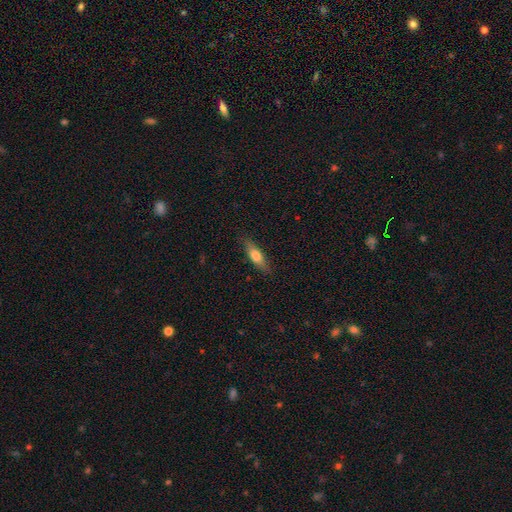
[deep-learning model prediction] smooth-or-featured: smooth: 69% | featured or disk: 25% | star or artifact: 6%
  how-rounded: cigar-shaped: 53% | in between: 44% | round: 2%
  merging: none: 84% | minor disturbance: 12% | major disturbance: 3% | merger: 1%